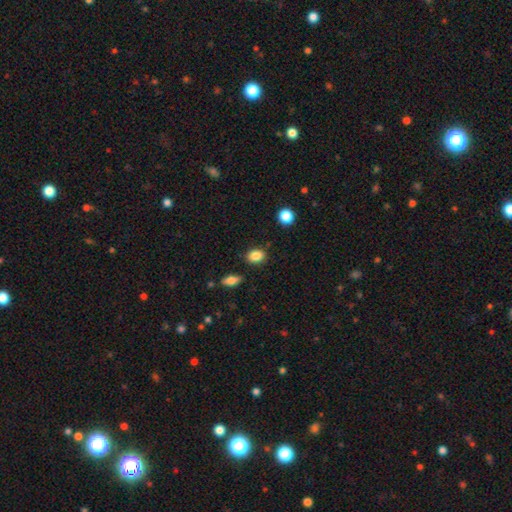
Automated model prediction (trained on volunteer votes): Smooth or featured? smooth (86%)
How rounded? in between (62%)
Merging? none (83%)